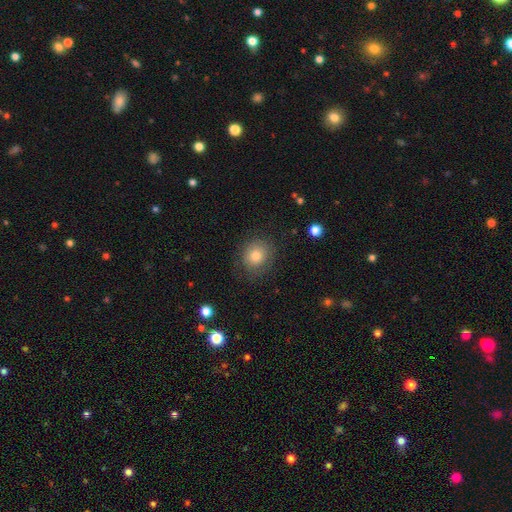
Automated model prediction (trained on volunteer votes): This appears to be a smooth galaxy with no disk features (77%) that is round (77%). Merging: none (78%).